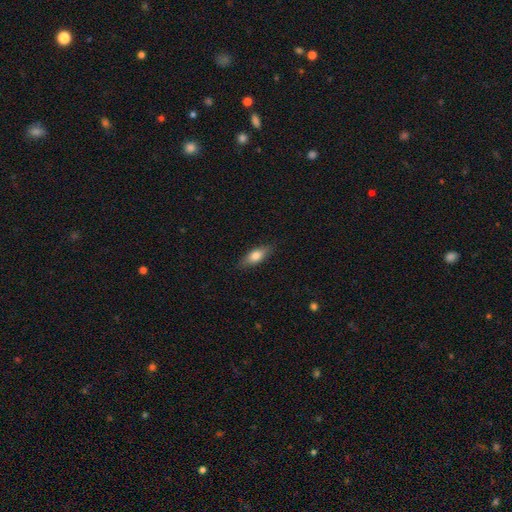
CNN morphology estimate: This is likely a smooth galaxy (74%). How rounded: likely in between (71%). Merging: clearly none (85%).